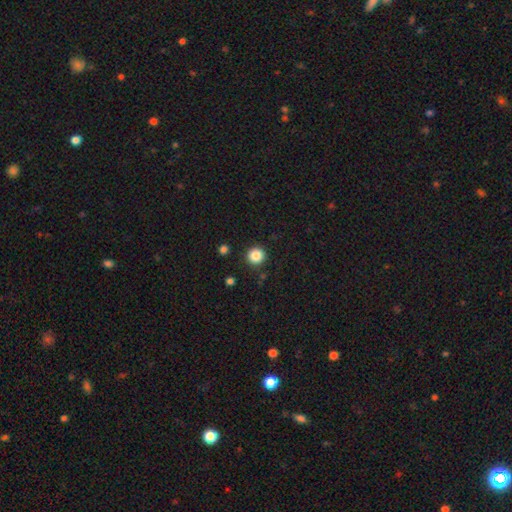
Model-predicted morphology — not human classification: Smooth or featured: smooth — 86% (star or artifact — 10%)
How rounded: round — 94% (in between — 5%)
Merging: none — 91% (minor disturbance — 6%)